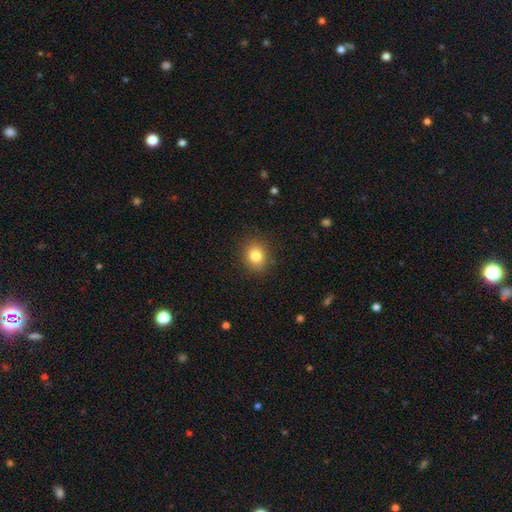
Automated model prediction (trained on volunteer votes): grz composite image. It shows a smooth galaxy with no disk features (82%) that is round (70%). Merging: none (89%).